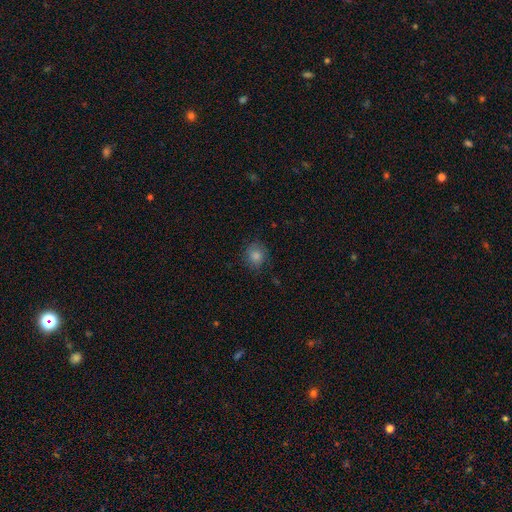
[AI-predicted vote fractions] This is likely a smooth galaxy (77%). How rounded: clearly round (82%). Merging: clearly none (84%).